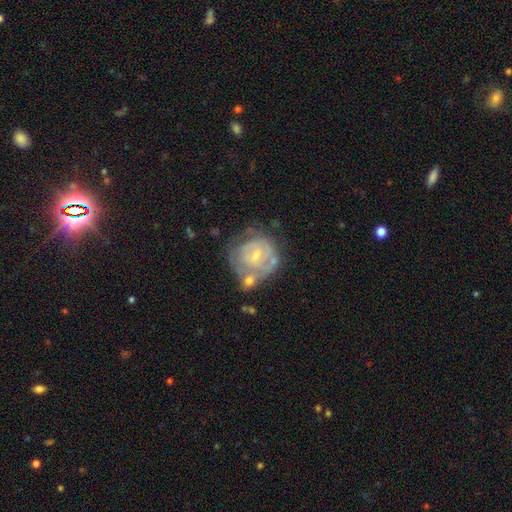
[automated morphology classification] featured or disk 73%, smooth 21%, star or artifact 6%. Down the decision tree: edge-on disk — no (97%); bar — no (52%); spiral arms — yes (75%); spiral arm count — can't tell (48%); spiral winding — tight (68%); bulge size — small (63%); merging — none (44%).